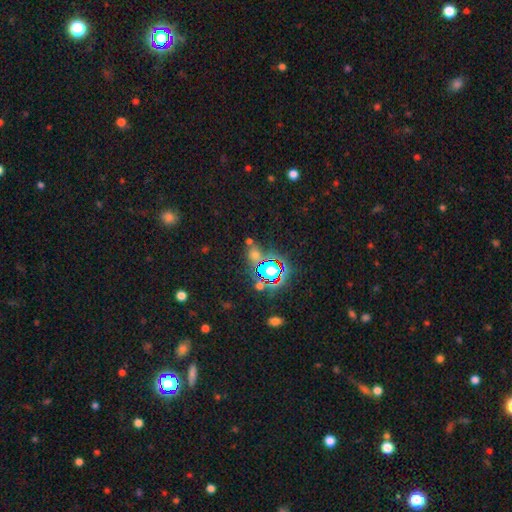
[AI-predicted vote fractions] Morphology: type=star or artifact (68%).